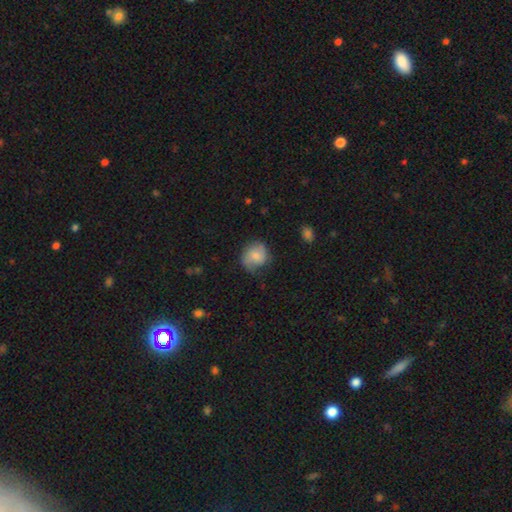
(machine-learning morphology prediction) Q: Smooth or featured?
A: smooth (63%); runner-up: featured or disk (29%)
Q: How rounded?
A: round (75%); runner-up: in between (24%)
Q: Merging?
A: none (55%); runner-up: minor disturbance (30%)